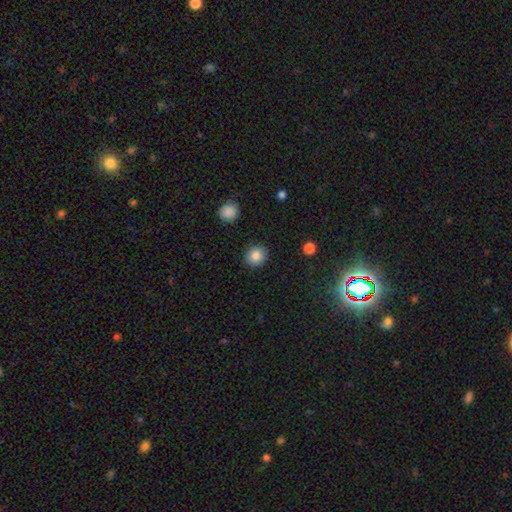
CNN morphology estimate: A smooth galaxy with no disk features (86%) that is round (83%). Merging: none (90%).